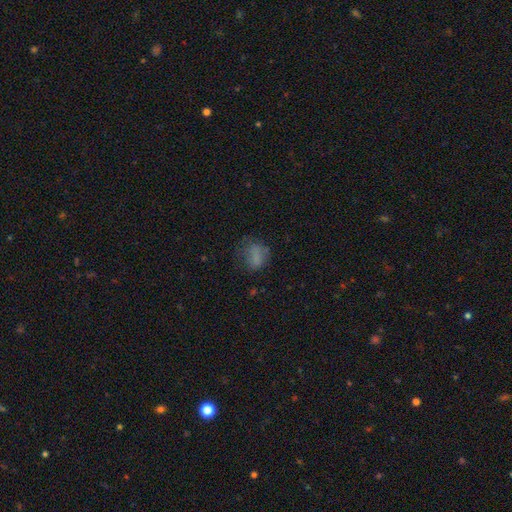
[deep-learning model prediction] Overall: smooth (72%). How rounded: in between (51%; round 47%). Merging: none (51%; minor disturbance 25%).